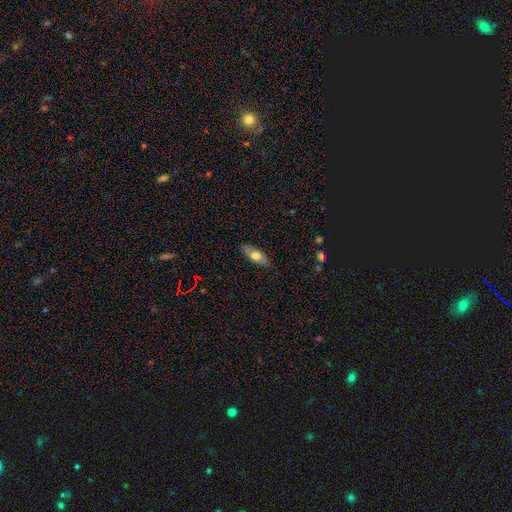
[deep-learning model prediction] The model was most divided on "smooth or featured": smooth: 61%, featured or disk: 33%, star or artifact: 6%. More confident: merging — none (84%); how rounded — in between (69%).